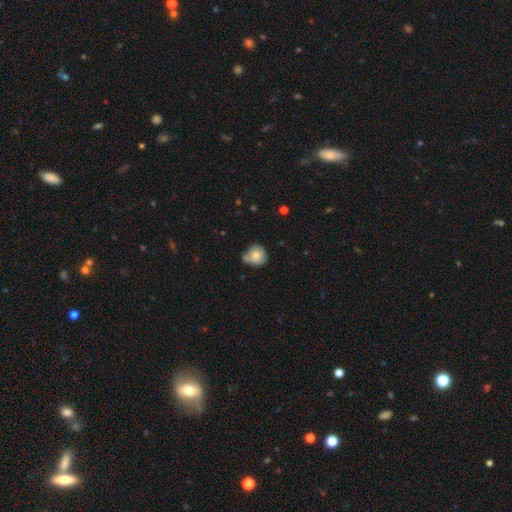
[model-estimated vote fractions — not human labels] Smooth or featured?
  - smooth: 80% *
  - featured or disk: 12%
  - star or artifact: 8%
How rounded?
  - round: 86% *
  - in between: 13%
  - cigar-shaped: 1%
Merging?
  - none: 57% *
  - minor disturbance: 26%
  - merger: 12%
  - major disturbance: 5%